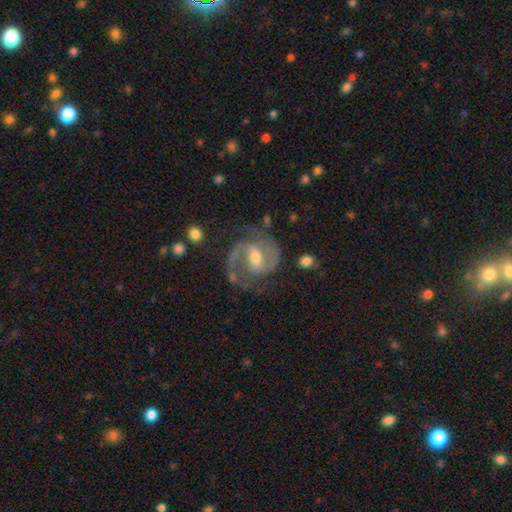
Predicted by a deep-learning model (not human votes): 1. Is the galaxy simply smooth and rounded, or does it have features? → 91% featured or disk, 5% star or artifact, 4% smooth.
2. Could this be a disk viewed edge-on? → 98% no, 2% yes.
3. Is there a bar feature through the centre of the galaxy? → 51% weak, 32% strong, 17% no.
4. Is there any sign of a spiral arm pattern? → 98% yes, 2% no.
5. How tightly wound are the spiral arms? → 62% medium, 24% tight, 14% loose.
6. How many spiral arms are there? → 90% 2, 3% 1, 2% can't tell, 2% 3, 1% 4, 1% more than 4.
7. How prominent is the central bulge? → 57% moderate, 37% small, 3% large, 2% none, 1% dominant.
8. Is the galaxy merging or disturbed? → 74% none, 16% minor disturbance, 8% major disturbance, 2% merger.